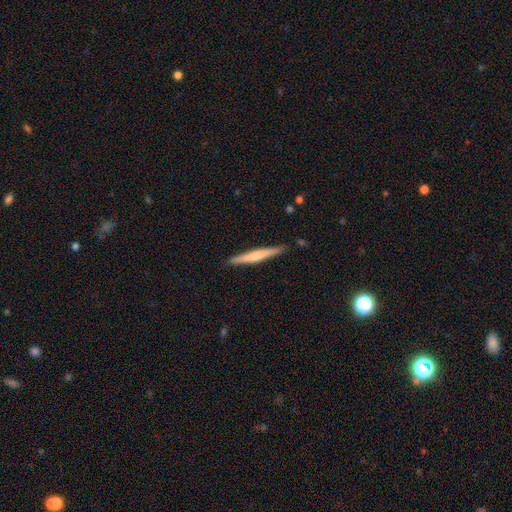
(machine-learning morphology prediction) Q: Smooth or featured?
A: smooth (52%); runner-up: featured or disk (43%)
Q: How rounded?
A: cigar-shaped (96%); runner-up: in between (3%)
Q: Merging?
A: none (89%); runner-up: minor disturbance (8%)